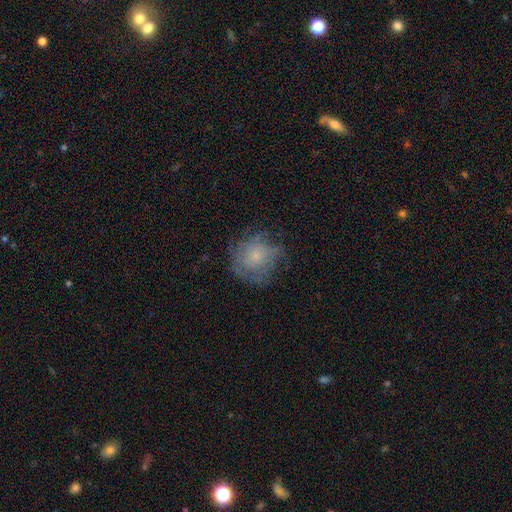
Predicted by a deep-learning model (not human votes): Morphology: type=smooth (48%); merging=none (63%).